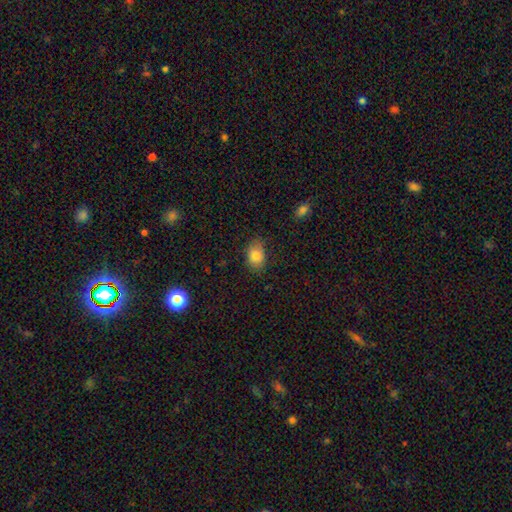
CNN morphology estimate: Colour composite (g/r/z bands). It shows a smooth galaxy with no disk features (83%) that is in between round and cigar-shaped (76%). Merging: none (78%).